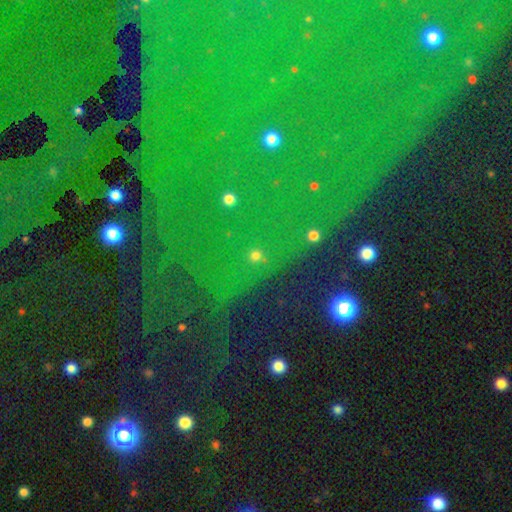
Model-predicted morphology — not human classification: This appears to be a star or artifact, not a galaxy (51%).